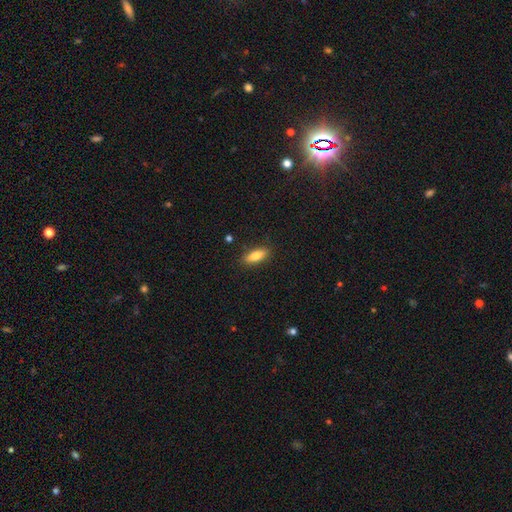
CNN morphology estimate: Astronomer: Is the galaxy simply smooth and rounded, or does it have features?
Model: smooth — 79%.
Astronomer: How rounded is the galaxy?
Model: in between — 70%.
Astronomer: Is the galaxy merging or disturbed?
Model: none — 85%.